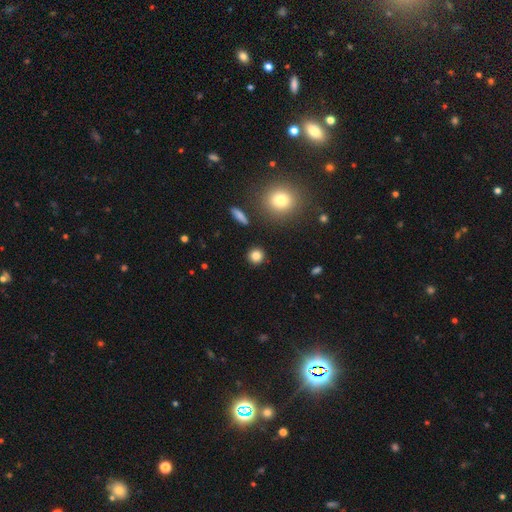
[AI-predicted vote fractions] Smooth or featured: smooth — 83% (star or artifact — 11%)
How rounded: round — 92% (in between — 7%)
Merging: none — 91% (minor disturbance — 6%)